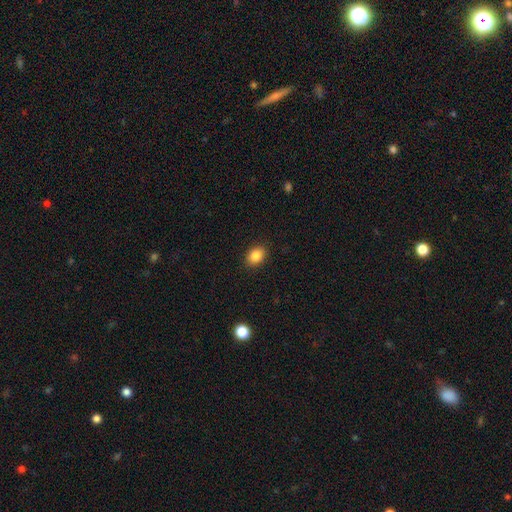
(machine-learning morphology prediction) This appears to be a smooth galaxy with no disk features (86%) that is in between round and cigar-shaped (68%). Merging: none (89%).